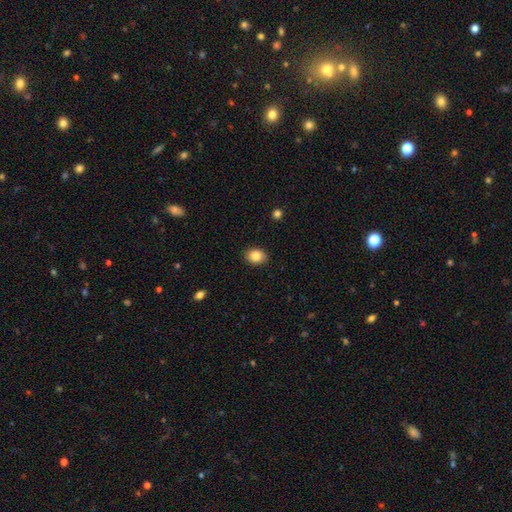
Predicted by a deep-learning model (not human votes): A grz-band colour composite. It shows a smooth galaxy with no disk features (87%) that is in between round and cigar-shaped (58%). Merging: none (89%).